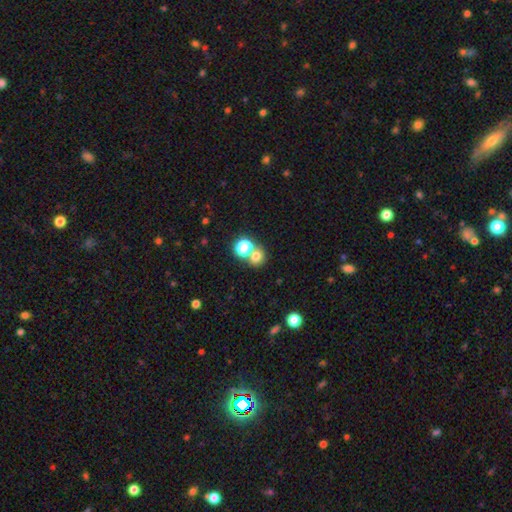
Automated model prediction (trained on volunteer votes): Smooth or featured? Predicted: smooth (p=0.70). How rounded? Predicted: round (p=0.79). Merging? Predicted: none (p=0.60).